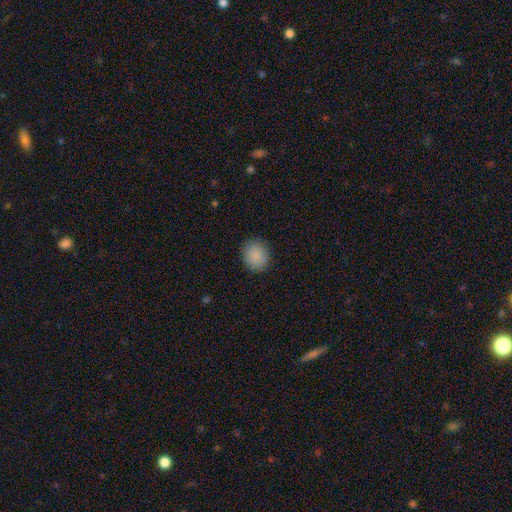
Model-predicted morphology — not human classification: Smooth or featured: smooth — 88% (star or artifact — 8%)
How rounded: round — 78% (in between — 21%)
Merging: none — 88% (minor disturbance — 9%)